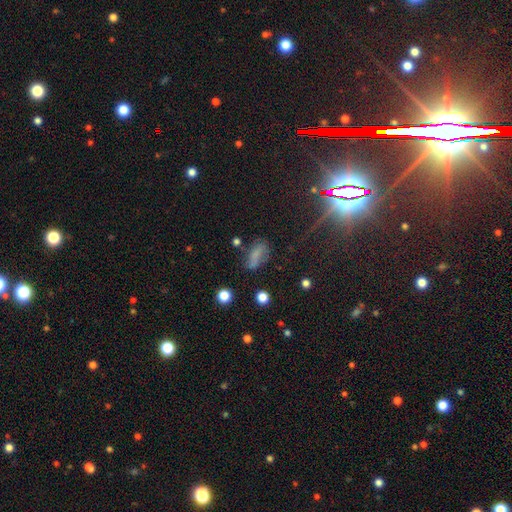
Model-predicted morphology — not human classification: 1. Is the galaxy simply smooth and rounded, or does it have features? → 62% smooth, 20% star or artifact, 19% featured or disk.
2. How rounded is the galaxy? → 79% in between, 14% cigar-shaped, 8% round.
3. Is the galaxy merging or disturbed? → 51% none, 27% minor disturbance, 16% major disturbance, 6% merger.